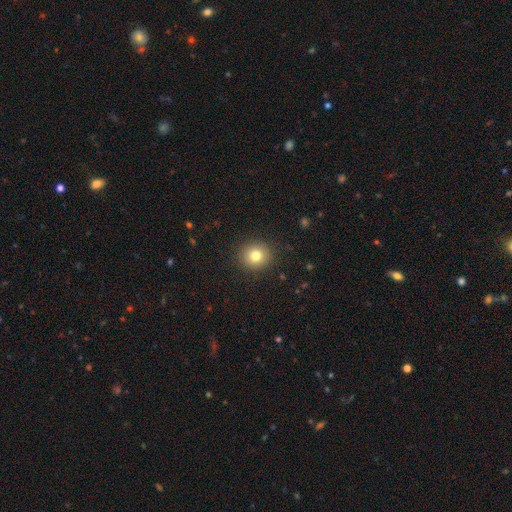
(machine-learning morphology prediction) Smooth or featured: smooth — 79% (star or artifact — 12%)
How rounded: round — 88% (in between — 11%)
Merging: none — 91% (minor disturbance — 6%)